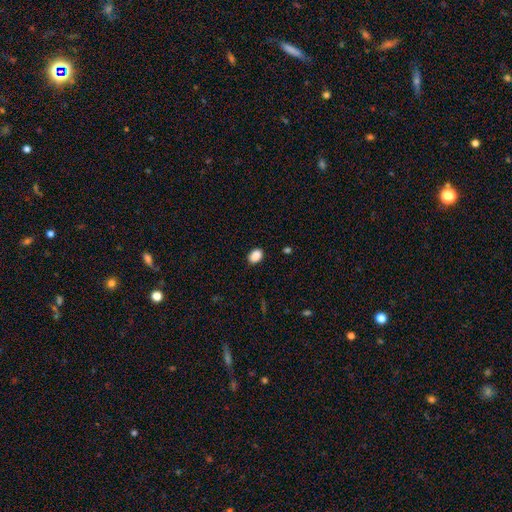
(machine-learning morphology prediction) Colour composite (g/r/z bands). It shows a smooth galaxy with no disk features (89%) that is in between round and cigar-shaped (73%). Merging: none (86%).